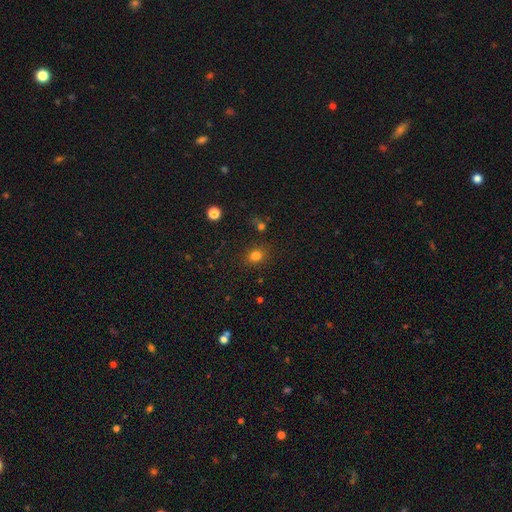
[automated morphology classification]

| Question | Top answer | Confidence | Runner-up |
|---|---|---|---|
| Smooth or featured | smooth | 80% | star or artifact (15%) |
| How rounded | round | 60% | in between (39%) |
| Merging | none | 83% | minor disturbance (10%) |